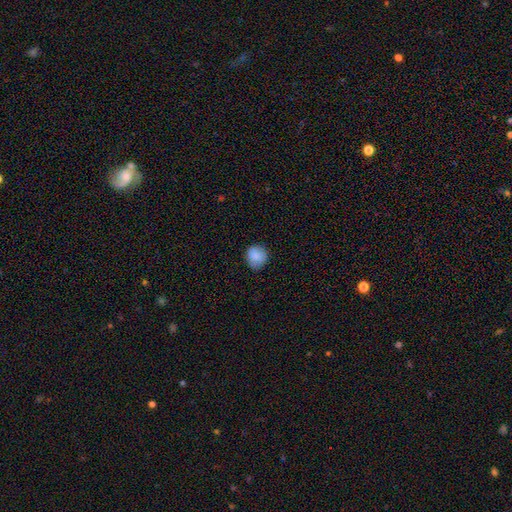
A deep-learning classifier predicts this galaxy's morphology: smooth-or-featured: smooth: 87% | star or artifact: 8% | featured or disk: 5%
  how-rounded: round: 86% | in between: 13% | cigar-shaped: 1%
  merging: none: 82% | minor disturbance: 14% | major disturbance: 3% | merger: 1%